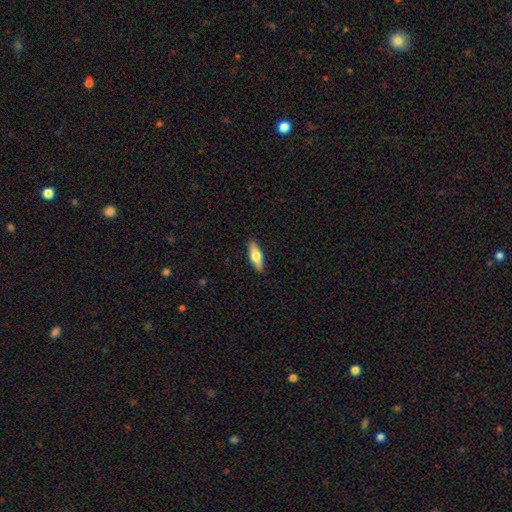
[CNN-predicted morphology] Smooth or featured: smooth — 60% (featured or disk — 35%)
How rounded: in between — 51% (cigar-shaped — 46%)
Merging: none — 90% (minor disturbance — 7%)